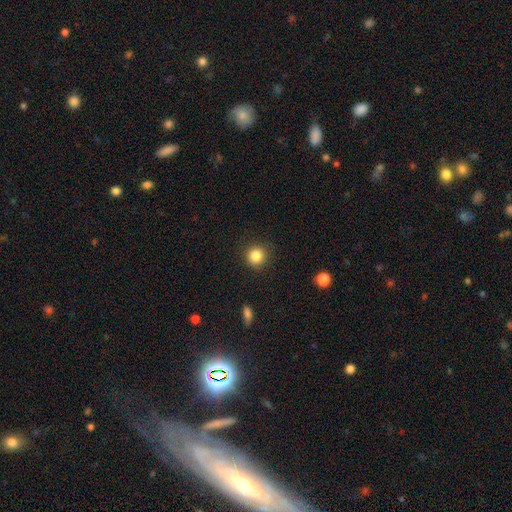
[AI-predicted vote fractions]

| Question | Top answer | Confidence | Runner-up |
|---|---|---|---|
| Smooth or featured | smooth | 85% | star or artifact (10%) |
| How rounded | round | 92% | in between (7%) |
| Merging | none | 89% | minor disturbance (8%) |